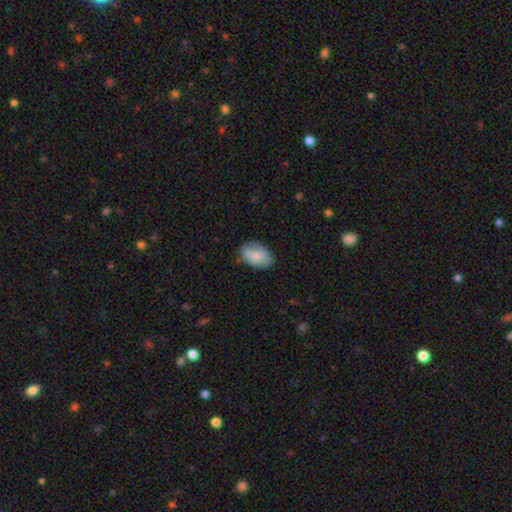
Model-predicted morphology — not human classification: smooth_or_featured: smooth (p=0.81) [alt: featured or disk p=0.12]
how_rounded: in between (p=0.89) [alt: round p=0.09]
merging: none (p=0.71) [alt: minor disturbance p=0.22]